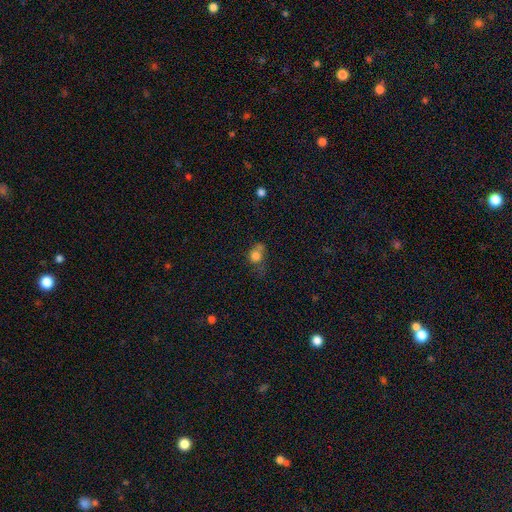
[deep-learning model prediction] Morphology: type=smooth (75%); roundness=round (67%); merging=none (37%).